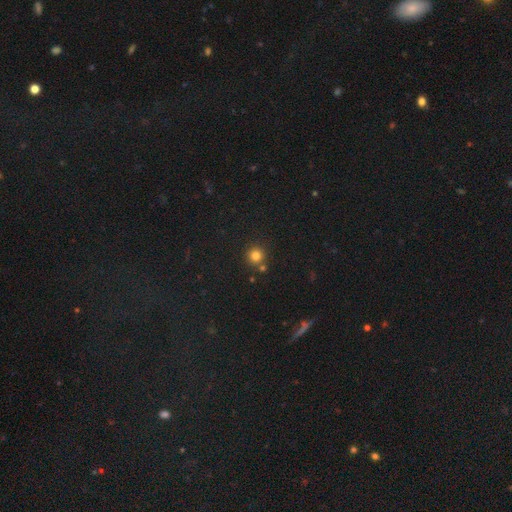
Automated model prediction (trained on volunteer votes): smooth-or-featured: smooth: 80% | star or artifact: 14% | featured or disk: 5%
  how-rounded: round: 94% | in between: 5% | cigar-shaped: 1%
  merging: none: 79% | merger: 11% | minor disturbance: 7% | major disturbance: 2%